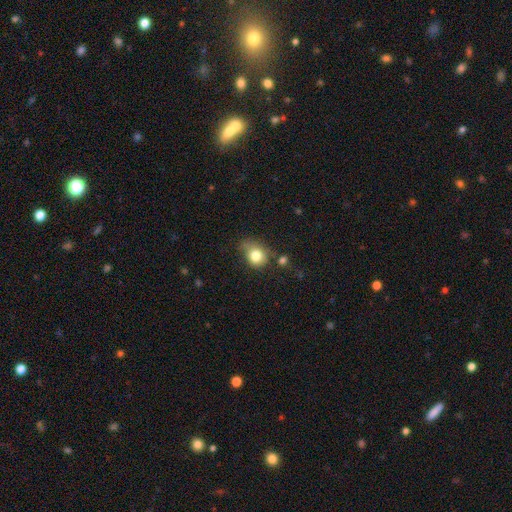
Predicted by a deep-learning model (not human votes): This appears to be a smooth galaxy with no disk features (79%) that is round (62%). Merging: none (46%).